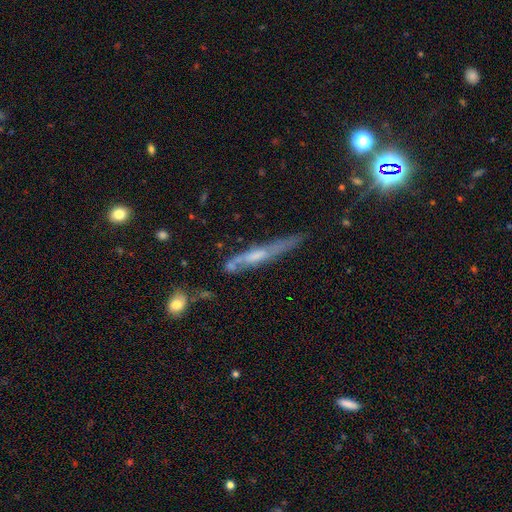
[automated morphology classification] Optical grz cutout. It shows a featured or disk galaxy (56%) viewed edge-on (82%). Merging: none (57%).